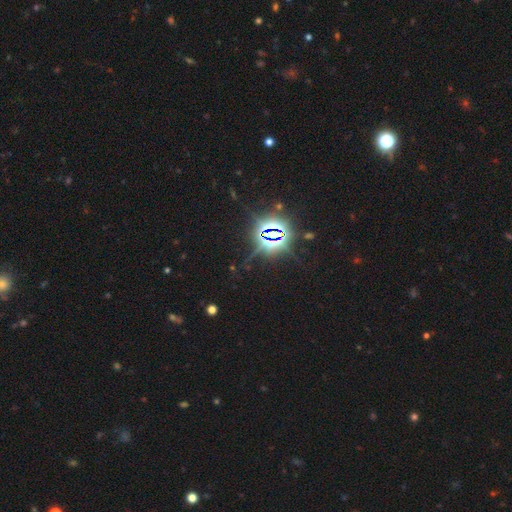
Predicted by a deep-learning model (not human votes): A star or artifact, not a galaxy (85%).

Vote fractions:
- Smooth or featured? star or artifact: 85% / smooth: 10% / featured or disk: 6%